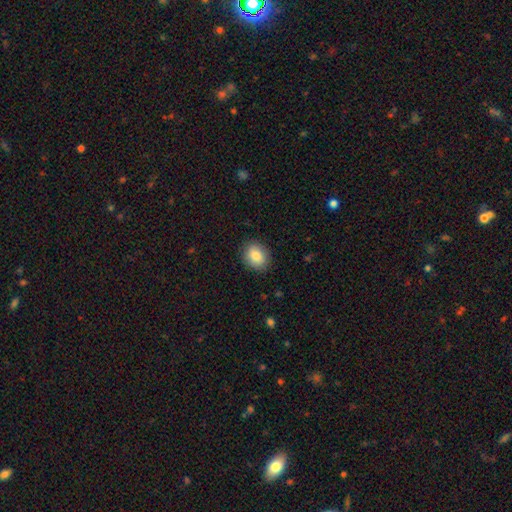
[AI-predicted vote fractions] A smooth galaxy with no disk features (85%) that is round (55%). Merging: none (88%).